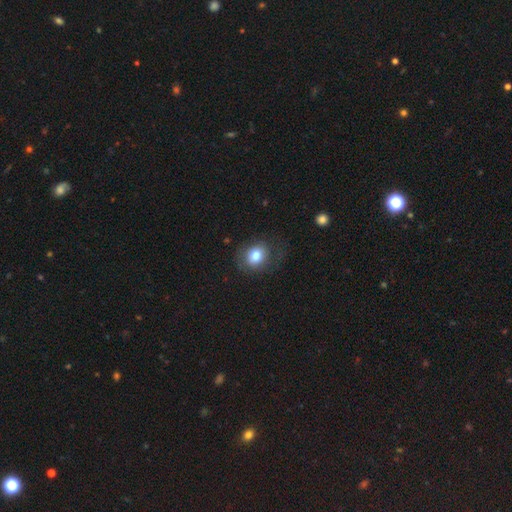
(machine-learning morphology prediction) This appears to be a smooth galaxy with no disk features (77%) that is round (56%). Merging: none (69%).